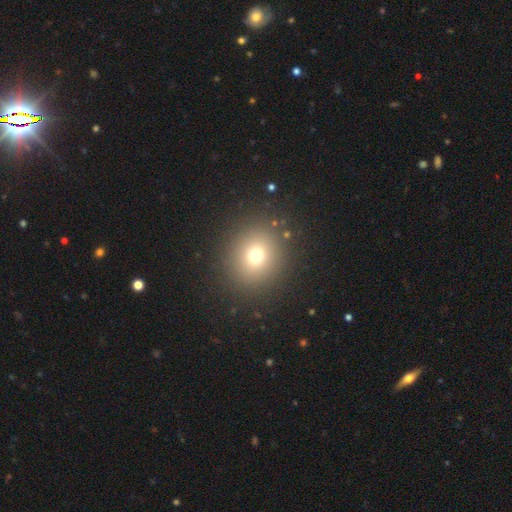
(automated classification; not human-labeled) Smooth or featured: smooth — 71% (star or artifact — 19%)
How rounded: round — 85% (in between — 14%)
Merging: none — 88% (minor disturbance — 6%)